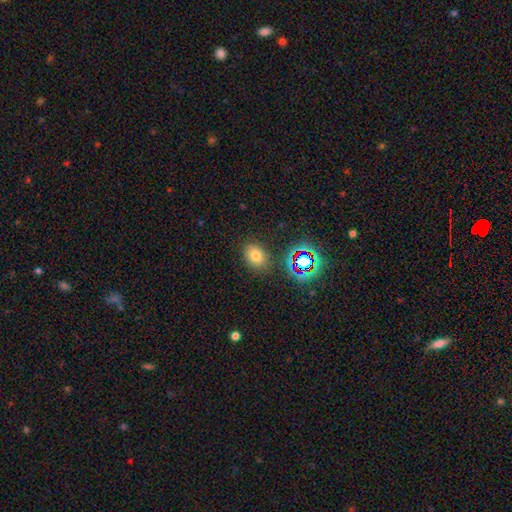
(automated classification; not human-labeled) smooth 70%, star or artifact 19%, featured or disk 10%. Down the decision tree: how rounded — in between (68%); merging — none (85%).